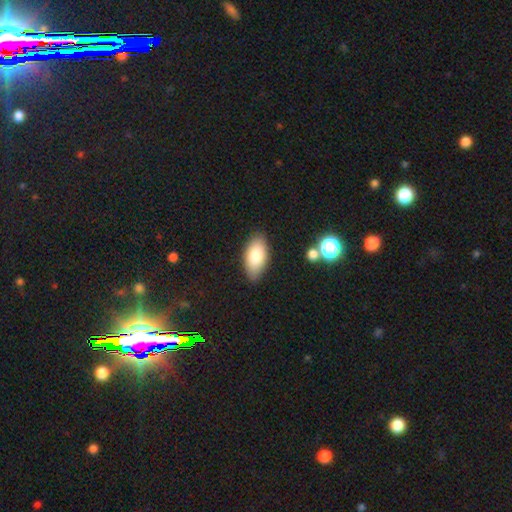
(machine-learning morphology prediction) Smooth or featured?
  - smooth: 82% *
  - featured or disk: 11%
  - star or artifact: 7%
How rounded?
  - in between: 92% *
  - cigar-shaped: 4%
  - round: 3%
Merging?
  - none: 83% *
  - minor disturbance: 12%
  - major disturbance: 3%
  - merger: 2%